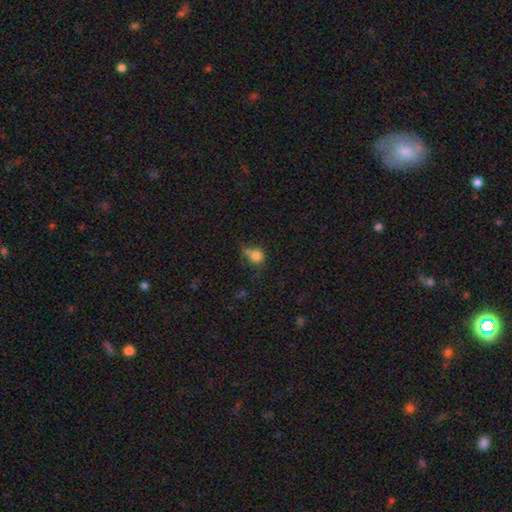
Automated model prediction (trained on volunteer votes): The model was most divided on "merging": none: 45%, minor disturbance: 27%, merger: 17%, major disturbance: 11%. More confident: smooth or featured — smooth (79%); how rounded — round (73%).